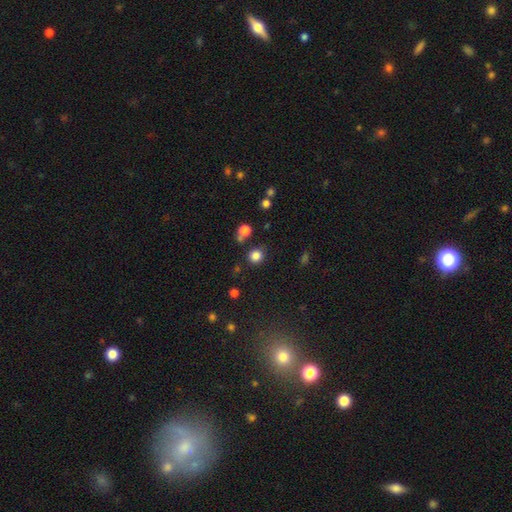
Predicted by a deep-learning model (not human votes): Smooth or featured? smooth (82%)
How rounded? round (86%)
Merging? none (79%)